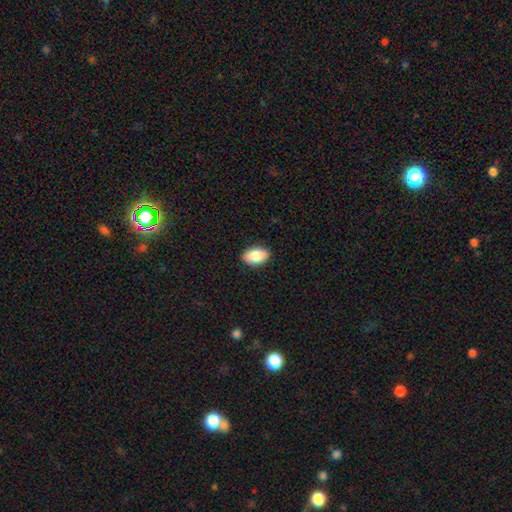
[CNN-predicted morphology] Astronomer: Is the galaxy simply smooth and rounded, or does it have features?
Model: smooth — 85%.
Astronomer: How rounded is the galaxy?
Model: in between — 91%.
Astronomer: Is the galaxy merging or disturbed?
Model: none — 89%.